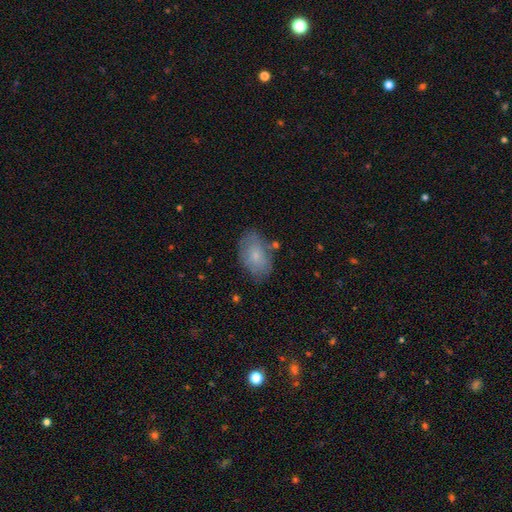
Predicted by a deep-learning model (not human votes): Q: Smooth or featured?
A: smooth (70%); runner-up: featured or disk (23%)
Q: How rounded?
A: in between (89%); runner-up: round (9%)
Q: Merging?
A: none (70%); runner-up: minor disturbance (21%)